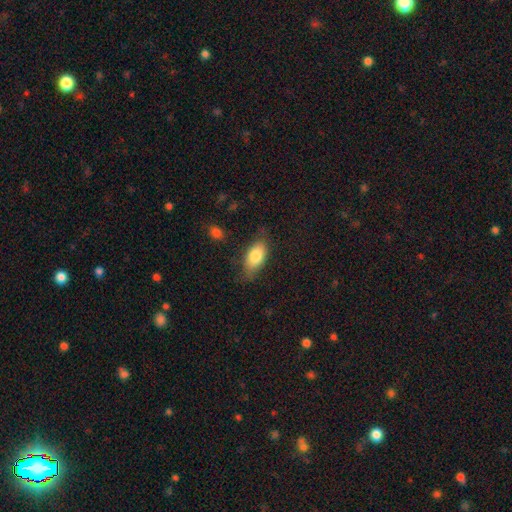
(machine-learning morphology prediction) This is clearly a smooth galaxy (80%). How rounded: clearly in between (89%). Merging: likely none (67%).